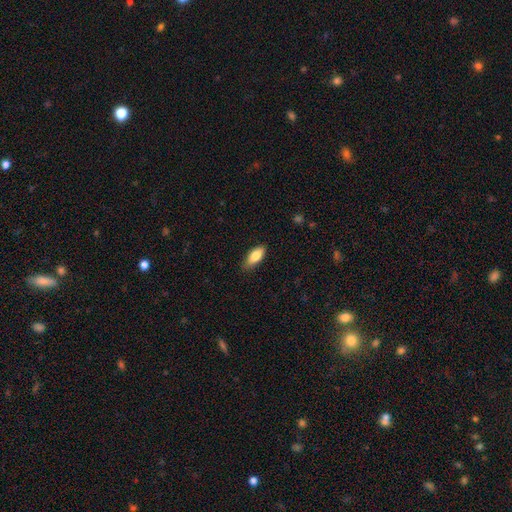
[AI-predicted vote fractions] Smooth or featured? smooth (84%)
How rounded? in between (82%)
Merging? none (79%)